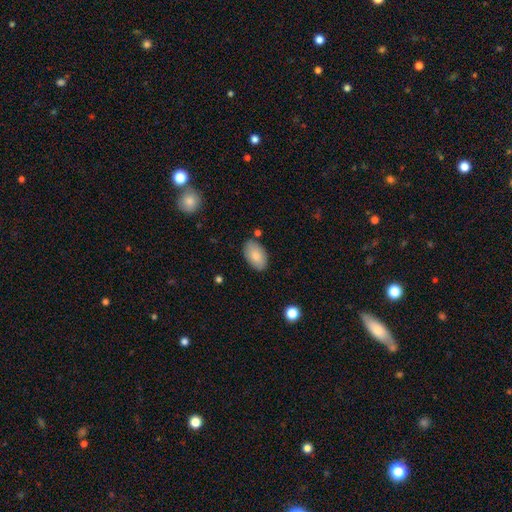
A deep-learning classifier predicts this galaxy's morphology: smooth-or-featured: smooth: 85% | featured or disk: 9% | star or artifact: 6%
  how-rounded: in between: 94% | round: 4% | cigar-shaped: 1%
  merging: none: 82% | minor disturbance: 12% | merger: 3% | major disturbance: 3%